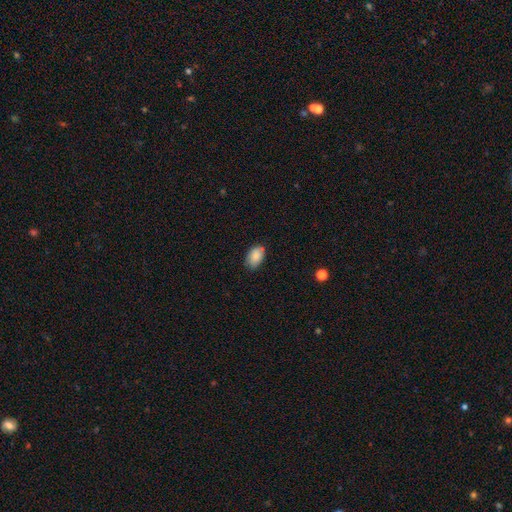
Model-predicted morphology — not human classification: Smooth or featured: smooth — 86% (star or artifact — 7%)
How rounded: in between — 88% (round — 10%)
Merging: none — 77% (minor disturbance — 19%)